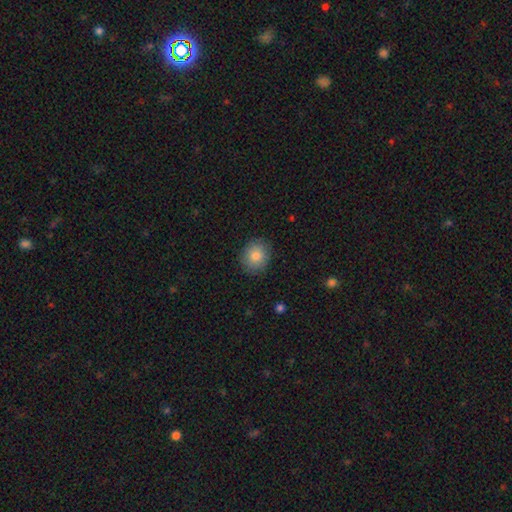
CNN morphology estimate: smooth 83%, star or artifact 9%, featured or disk 8%. Down the decision tree: how rounded — round (79%); merging — none (88%).